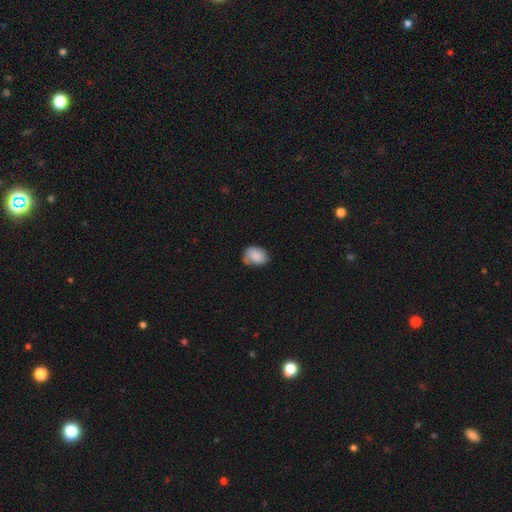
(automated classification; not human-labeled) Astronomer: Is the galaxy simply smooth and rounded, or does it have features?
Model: smooth — 85%.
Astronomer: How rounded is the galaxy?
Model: in between — 76%.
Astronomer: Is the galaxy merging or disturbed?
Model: none — 55% (runner-up: minor disturbance, 31%).